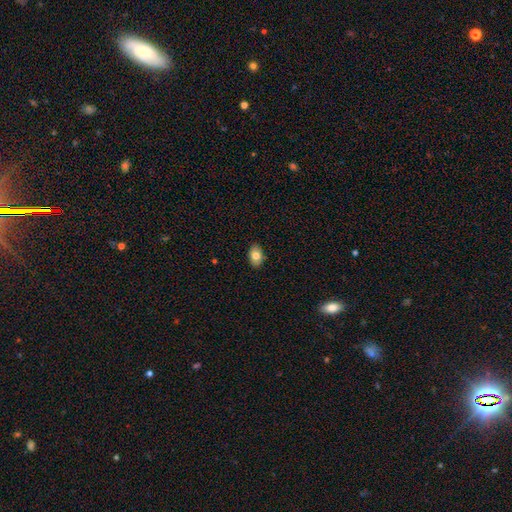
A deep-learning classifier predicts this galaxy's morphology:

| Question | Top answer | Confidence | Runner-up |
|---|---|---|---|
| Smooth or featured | smooth | 78% | featured or disk (14%) |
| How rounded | in between | 85% | round (13%) |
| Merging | none | 87% | minor disturbance (10%) |